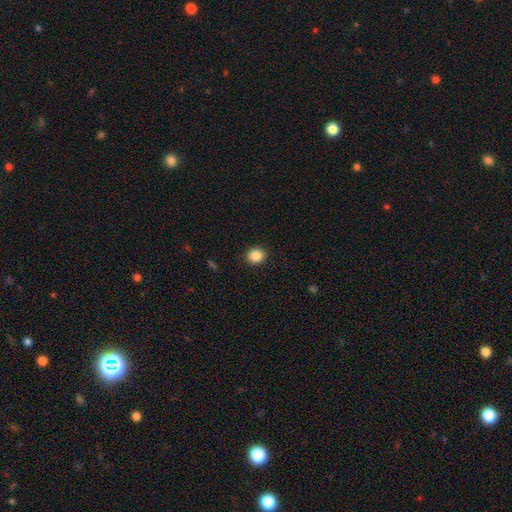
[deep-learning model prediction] A smooth galaxy with no disk features (87%) that is round (81%).

Vote fractions:
- Smooth or featured? smooth: 87% / star or artifact: 9% / featured or disk: 3%
- How rounded? round: 81% / in between: 18% / cigar-shaped: 1%
- Merging? none: 91% / minor disturbance: 6% / major disturbance: 2% / merger: 1%